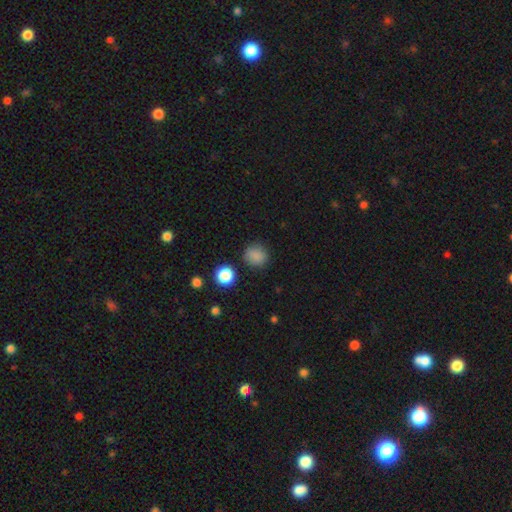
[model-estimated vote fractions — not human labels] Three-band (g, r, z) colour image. It shows a smooth galaxy with no disk features (83%) that is round (82%). Merging: none (83%).